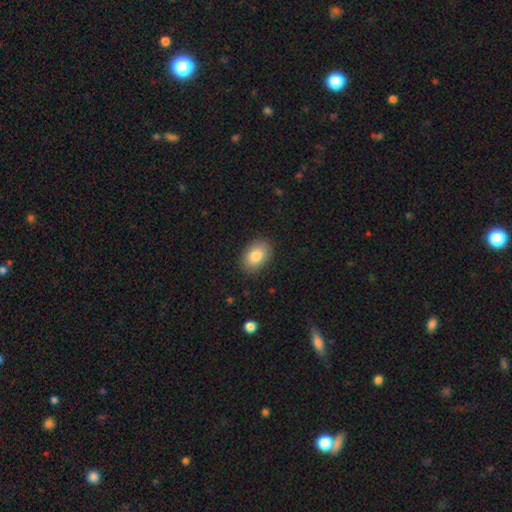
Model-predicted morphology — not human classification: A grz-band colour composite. It shows a smooth galaxy with no disk features (85%) that is in between round and cigar-shaped (85%). Merging: none (86%).